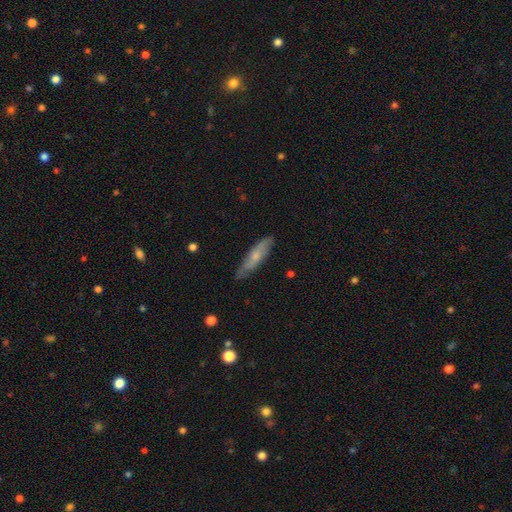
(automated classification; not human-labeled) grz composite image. It shows a smooth galaxy with no disk features (54%) that is cigar-shaped (72%). Merging: none (79%).